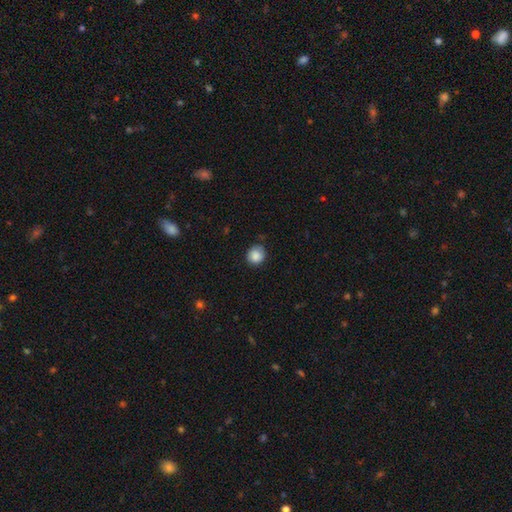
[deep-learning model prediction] This appears to be a smooth galaxy with no disk features (85%) that is round (84%). Merging: none (73%).